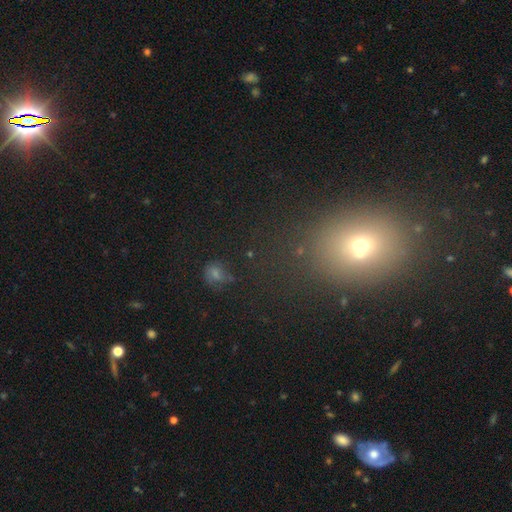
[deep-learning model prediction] smooth-or-featured: smooth: 55% | star or artifact: 34% | featured or disk: 11%
  how-rounded: round: 56% | in between: 42% | cigar-shaped: 2%
  merging: none: 79% | minor disturbance: 10% | major disturbance: 6% | merger: 5%